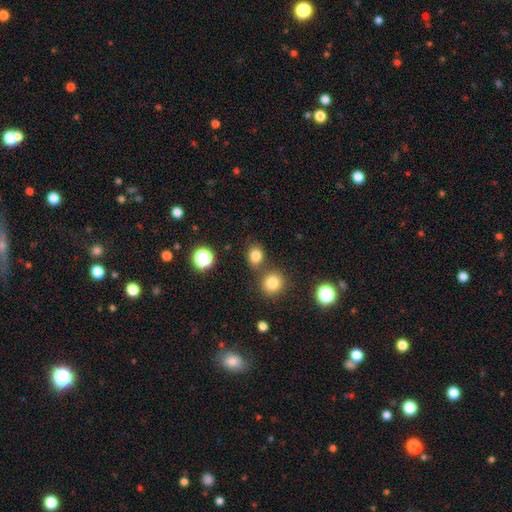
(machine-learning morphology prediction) smooth-or-featured: smooth: 79% | star or artifact: 15% | featured or disk: 6%
  how-rounded: round: 66% | in between: 33% | cigar-shaped: 1%
  merging: none: 71% | merger: 15% | minor disturbance: 10% | major disturbance: 3%